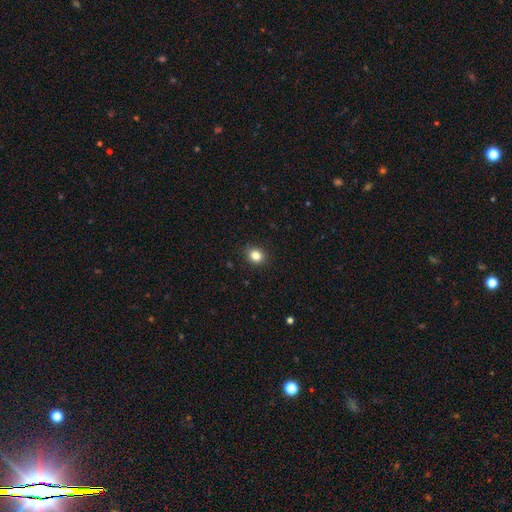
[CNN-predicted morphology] Smooth or featured? smooth (83%)
How rounded? round (70%)
Merging? none (90%)